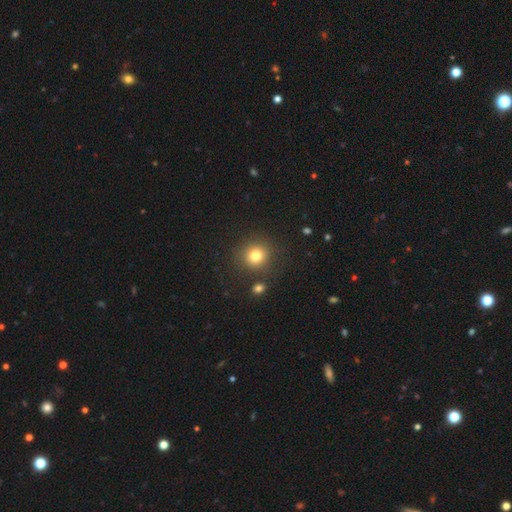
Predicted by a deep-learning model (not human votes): This appears to be a smooth galaxy with no disk features (79%) that is round (90%). Merging: none (83%).